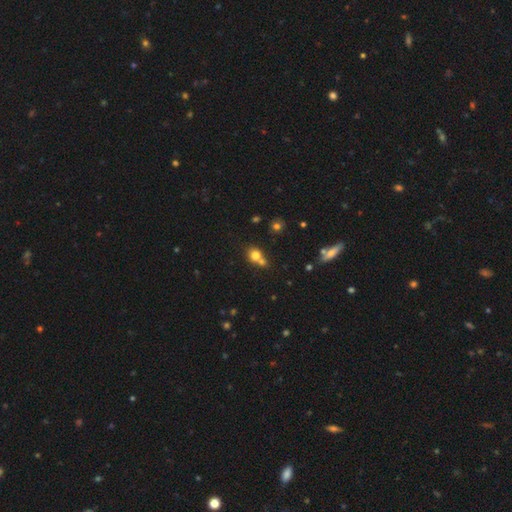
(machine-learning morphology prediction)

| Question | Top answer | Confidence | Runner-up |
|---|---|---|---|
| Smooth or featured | smooth | 75% | star or artifact (14%) |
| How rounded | round | 76% | in between (23%) |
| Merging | merger | 45% | none (43%) |